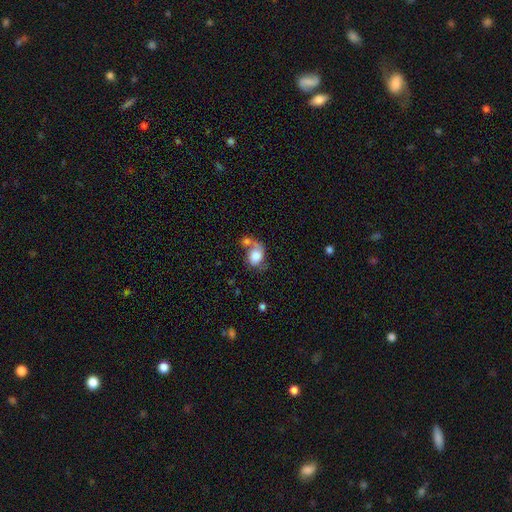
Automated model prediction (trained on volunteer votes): This is likely a smooth galaxy (69%). How rounded: likely in between (64%). Merging: marginally merger (42%).